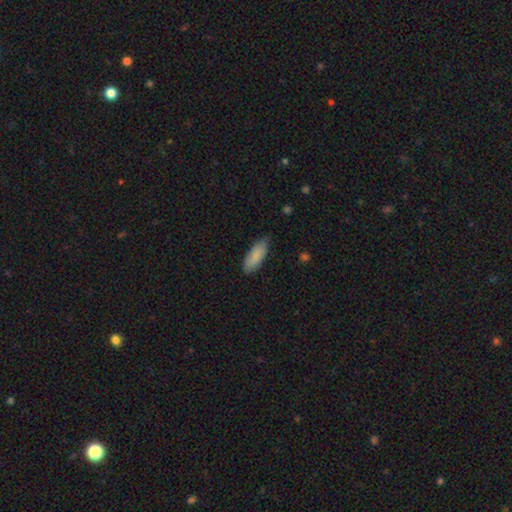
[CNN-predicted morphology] smooth_or_featured: smooth (p=0.85) [alt: featured or disk p=0.10]
how_rounded: in between (p=0.76) [alt: cigar-shaped p=0.23]
merging: none (p=0.77) [alt: minor disturbance p=0.20]